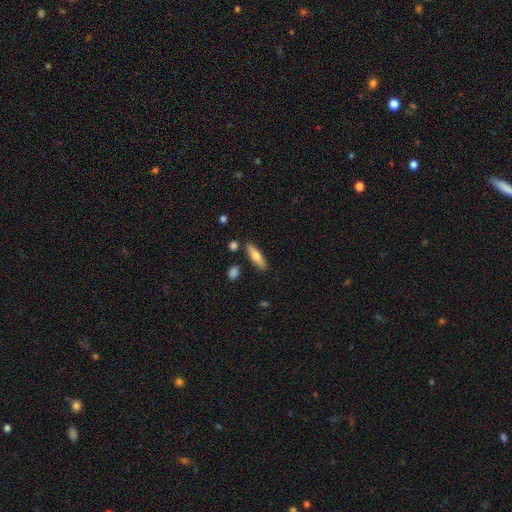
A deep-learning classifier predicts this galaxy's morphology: A smooth galaxy with no disk features (63%) that is cigar-shaped (62%). Merging: none (83%).